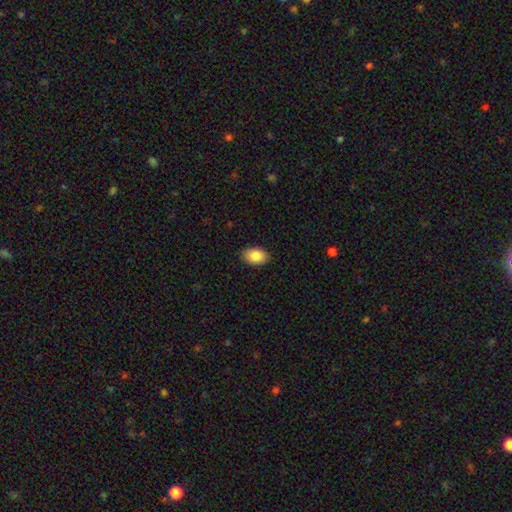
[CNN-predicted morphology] Smooth or featured? smooth (86%)
How rounded? in between (89%)
Merging? none (89%)